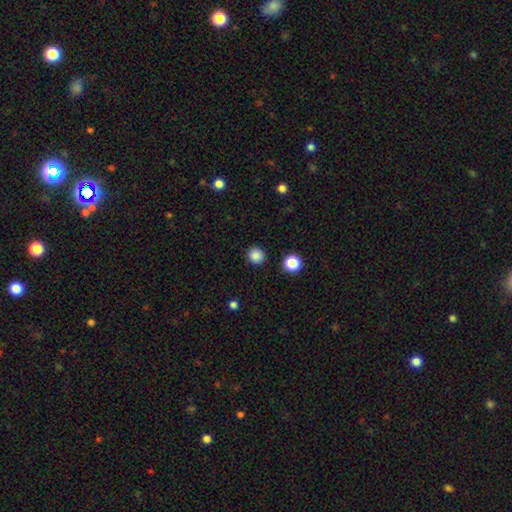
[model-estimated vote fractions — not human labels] smooth-or-featured: smooth: 86% | star or artifact: 11% | featured or disk: 3%
  how-rounded: round: 92% | in between: 7% | cigar-shaped: 1%
  merging: none: 90% | minor disturbance: 6% | major disturbance: 2% | merger: 2%